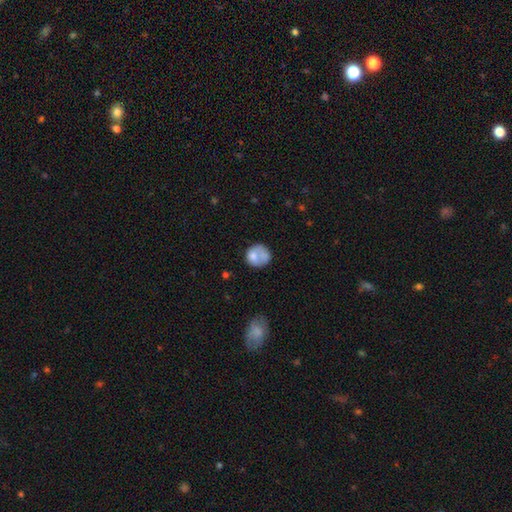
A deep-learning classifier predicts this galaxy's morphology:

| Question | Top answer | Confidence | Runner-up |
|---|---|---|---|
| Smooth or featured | smooth | 68% | featured or disk (23%) |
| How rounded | round | 77% | in between (22%) |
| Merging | none | 45% | minor disturbance (22%) |